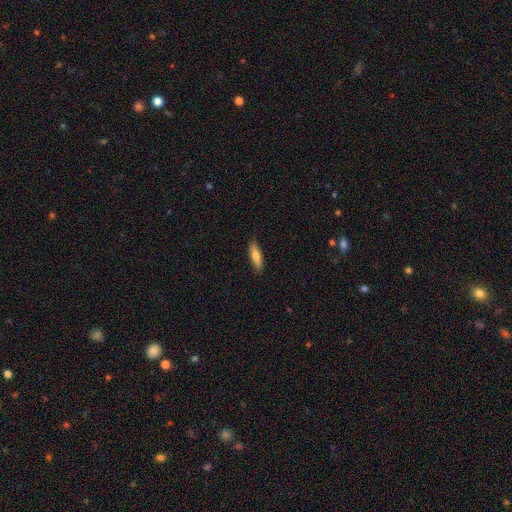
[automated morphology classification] Smooth or featured? smooth (69%)
How rounded? cigar-shaped (65%)
Merging? none (88%)